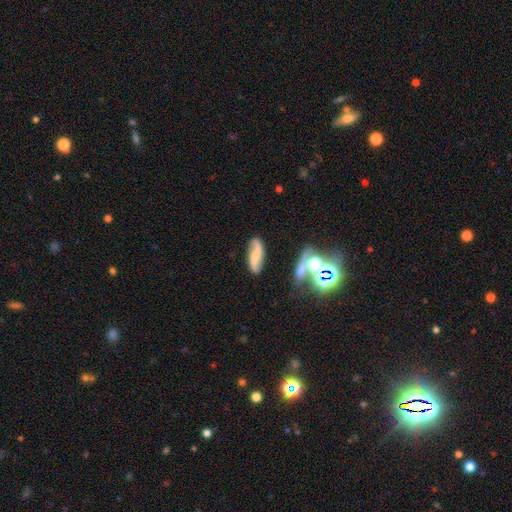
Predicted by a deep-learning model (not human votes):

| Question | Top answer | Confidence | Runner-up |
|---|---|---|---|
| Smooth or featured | featured or disk | 67% | smooth (24%) |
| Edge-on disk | no | 90% | yes (10%) |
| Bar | no | 38% | weak (34%) |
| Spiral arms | yes | 93% | no (7%) |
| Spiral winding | loose | 70% | medium (21%) |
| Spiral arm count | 2 | 91% | can't tell (4%) |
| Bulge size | none | 37% | small (34%) |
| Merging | none | 78% | minor disturbance (14%) |